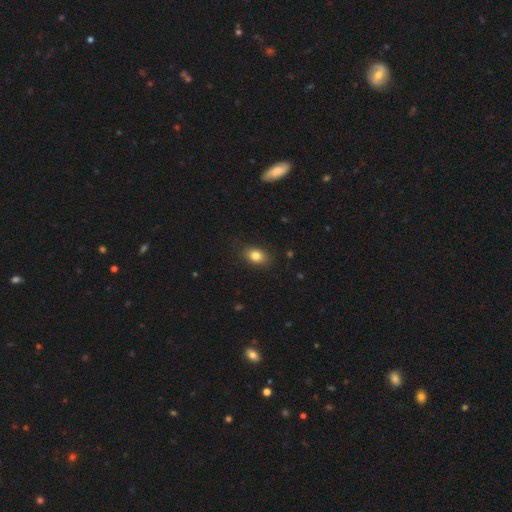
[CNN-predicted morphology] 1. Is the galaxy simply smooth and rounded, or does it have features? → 82% smooth, 9% star or artifact, 8% featured or disk.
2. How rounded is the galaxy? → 79% in between, 19% round, 2% cigar-shaped.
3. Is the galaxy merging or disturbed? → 84% none, 12% minor disturbance, 3% major disturbance, 1% merger.